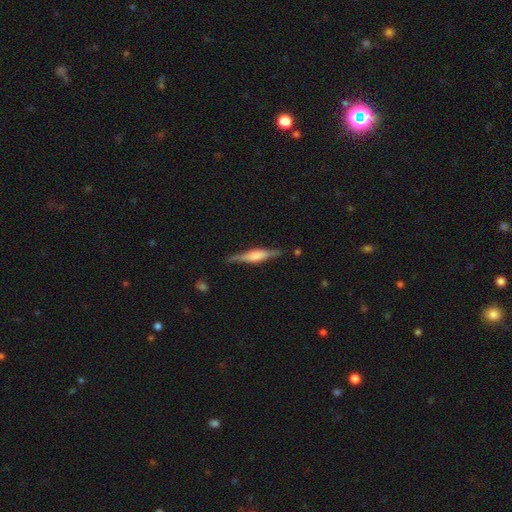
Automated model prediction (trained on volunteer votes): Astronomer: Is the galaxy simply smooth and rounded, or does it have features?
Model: featured or disk — 64%.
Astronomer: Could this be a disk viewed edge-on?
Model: yes — 96%.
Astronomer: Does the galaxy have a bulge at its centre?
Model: rounded — 51% (runner-up: boxy, 42%).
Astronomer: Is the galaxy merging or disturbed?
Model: none — 82%.